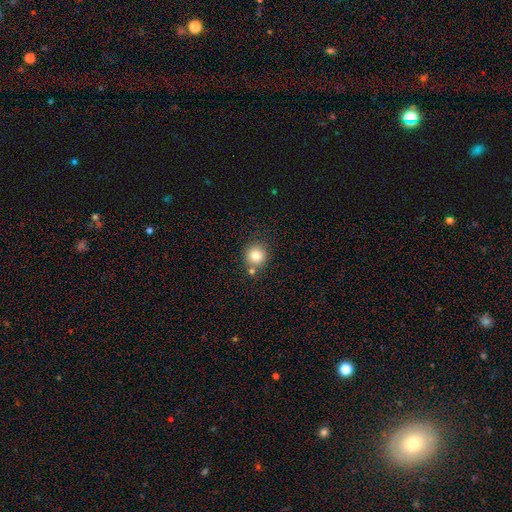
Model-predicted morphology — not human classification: Smooth or featured: smooth — 82% (star or artifact — 11%)
How rounded: round — 89% (in between — 10%)
Merging: none — 72% (merger — 15%)